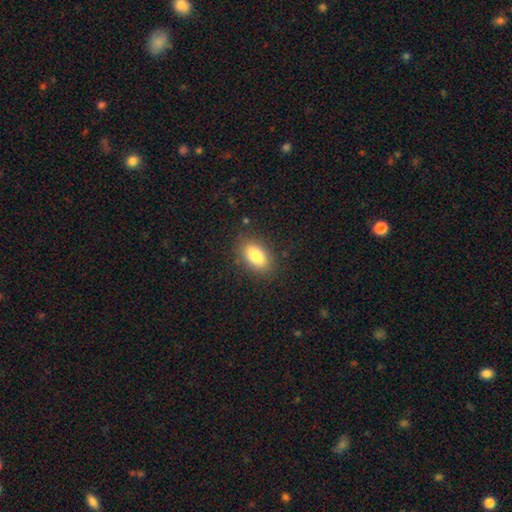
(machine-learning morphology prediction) Q: Smooth or featured?
A: smooth (82%); runner-up: featured or disk (10%)
Q: How rounded?
A: in between (90%); runner-up: round (7%)
Q: Merging?
A: none (85%); runner-up: minor disturbance (10%)